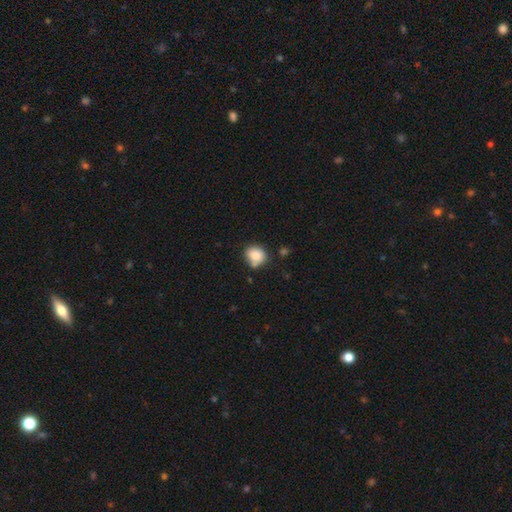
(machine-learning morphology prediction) smooth-or-featured: smooth: 85% | star or artifact: 9% | featured or disk: 6%
  how-rounded: round: 70% | in between: 29% | cigar-shaped: 1%
  merging: none: 61% | minor disturbance: 22% | merger: 12% | major disturbance: 5%